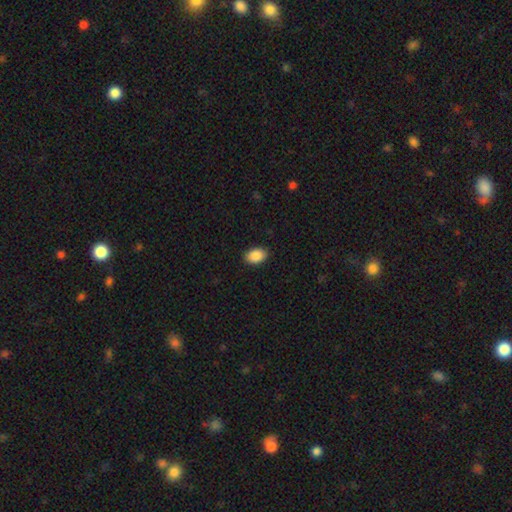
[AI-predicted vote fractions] Smooth or featured? Predicted: smooth (p=0.89). How rounded? Predicted: in between (p=0.86). Merging? Predicted: none (p=0.89).